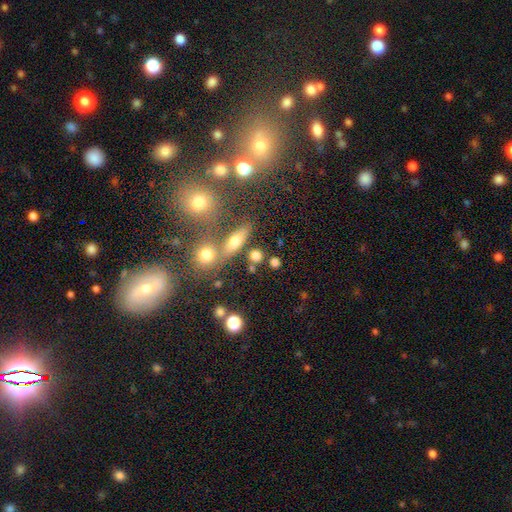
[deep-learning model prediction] smooth_or_featured: smooth (p=0.72) [alt: star or artifact p=0.15]
how_rounded: round (p=0.61) [alt: in between p=0.25]
merging: none (p=0.69) [alt: merger p=0.18]